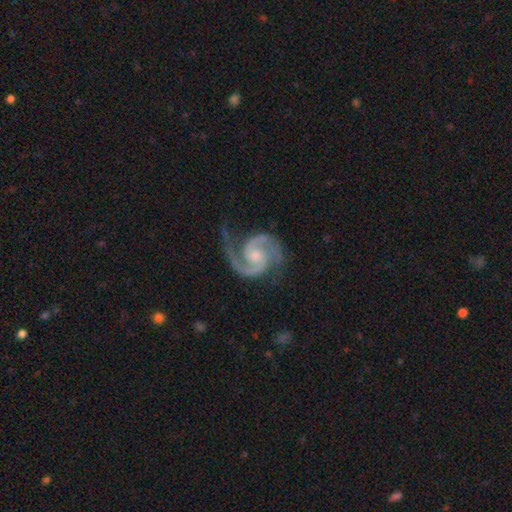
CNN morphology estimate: featured or disk 94%, star or artifact 3%, smooth 3%. Down the decision tree: edge-on disk — no (98%); bar — no (62%); spiral arms — yes (99%); spiral arm count — 2 (92%); spiral winding — medium (57%); bulge size — moderate (47%); merging — none (70%).